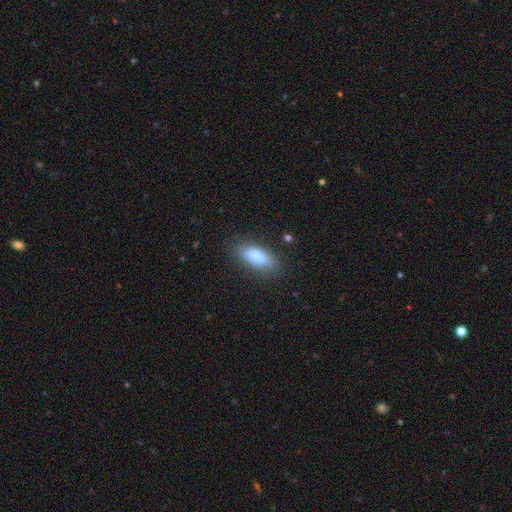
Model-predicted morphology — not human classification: A smooth galaxy with no disk features (82%) that is in between round and cigar-shaped (79%). Merging: none (82%).